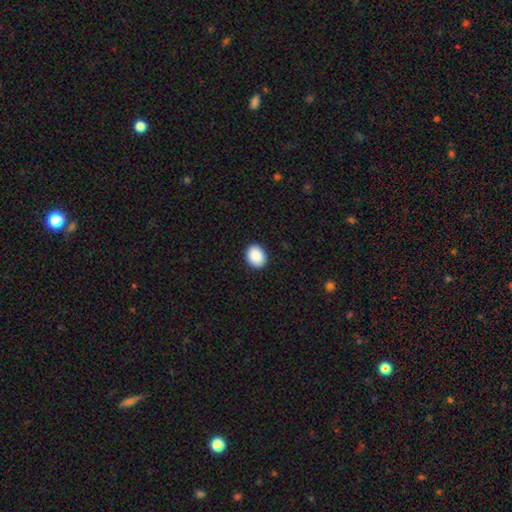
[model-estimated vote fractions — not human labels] smooth-or-featured: smooth: 90% | star or artifact: 7% | featured or disk: 3%
  how-rounded: in between: 52% | round: 47% | cigar-shaped: 1%
  merging: none: 91% | minor disturbance: 6% | major disturbance: 2% | merger: 1%